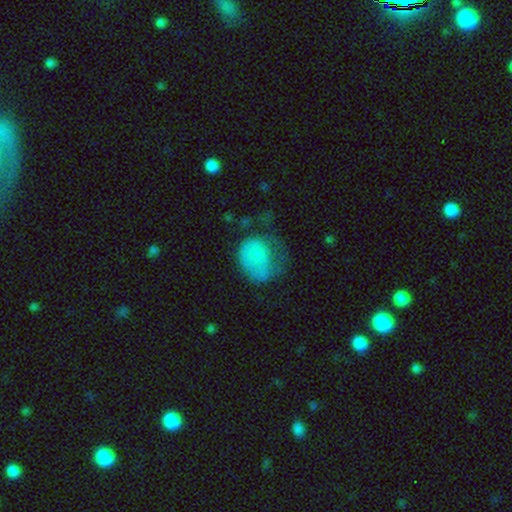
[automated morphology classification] This appears to be a smooth galaxy with no disk features (70%) that is round (58%). Merging: major disturbance (45%).